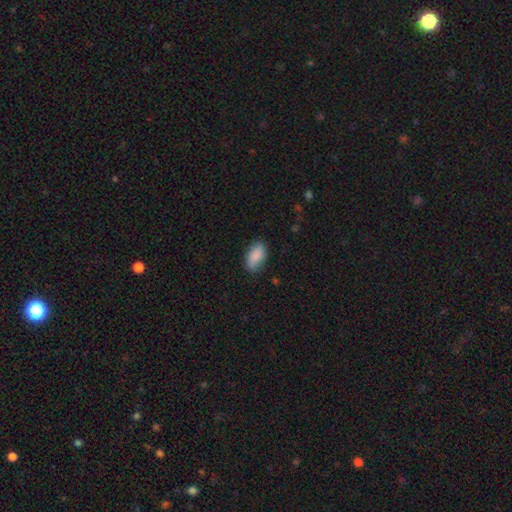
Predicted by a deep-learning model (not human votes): A smooth galaxy with no disk features (86%) that is in between round and cigar-shaped (92%).

Vote fractions:
- Smooth or featured? smooth: 86% / featured or disk: 7% / star or artifact: 7%
- How rounded? in between: 92% / round: 4% / cigar-shaped: 3%
- Merging? none: 76% / minor disturbance: 19% / major disturbance: 4% / merger: 1%